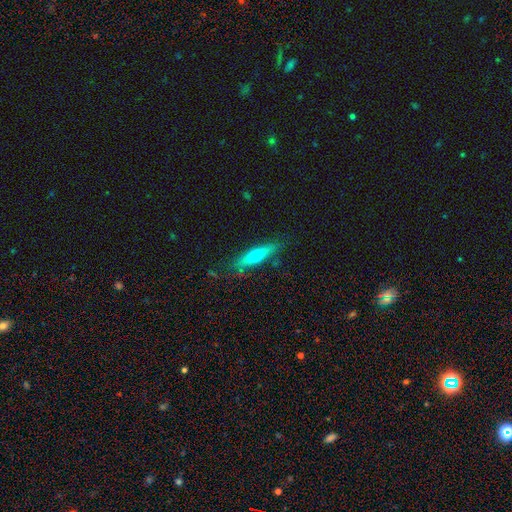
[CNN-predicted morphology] Smooth or featured?
  - smooth: 47% * (tied)
  - featured or disk: 47% * (tied)
  - star or artifact: 6%
Merging?
  - none: 81% *
  - minor disturbance: 14%
  - major disturbance: 3%
  - merger: 2%